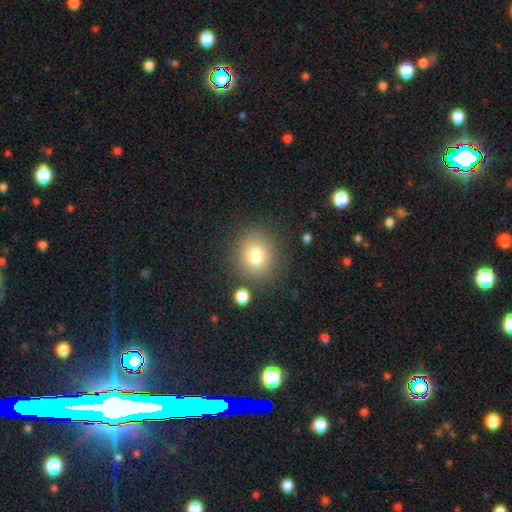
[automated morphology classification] The model was most divided on "how rounded": round: 80%, in between: 19%, cigar-shaped: 1%. More confident: merging — none (82%); smooth or featured — smooth (78%).